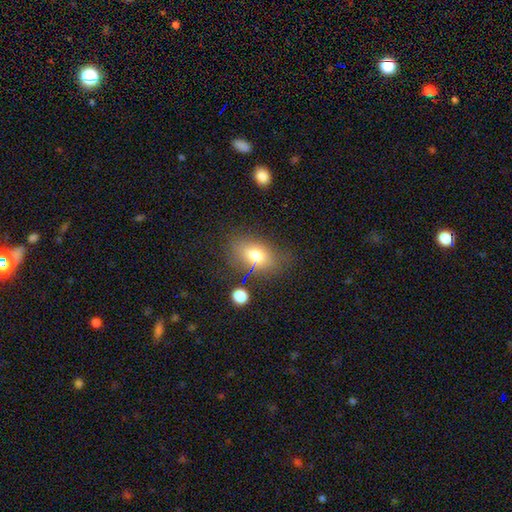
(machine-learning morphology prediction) Smooth or featured? Predicted: smooth (p=0.74). How rounded? Predicted: in between (p=0.81). Merging? Predicted: none (p=0.73).